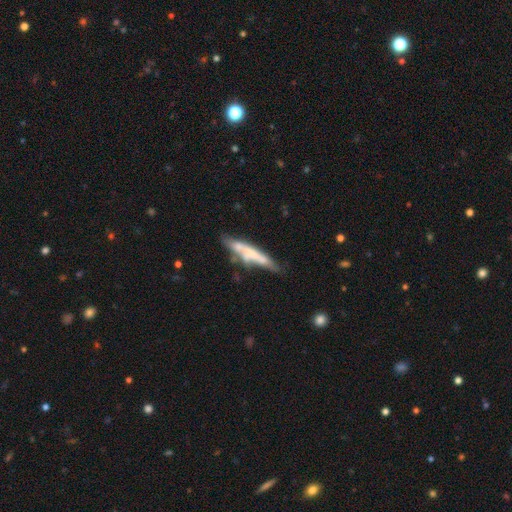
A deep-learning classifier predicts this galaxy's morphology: A smooth galaxy with no disk features (49%).

Vote fractions:
- Smooth or featured? smooth: 49% / featured or disk: 44% / star or artifact: 7%
- Merging? none: 40% / merger: 26% / minor disturbance: 21% / major disturbance: 13%